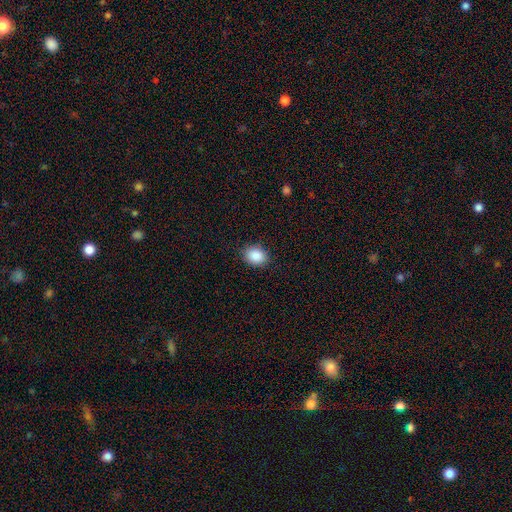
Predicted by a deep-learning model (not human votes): Morphology: type=smooth (88%); roundness=in between (56%); merging=none (88%).